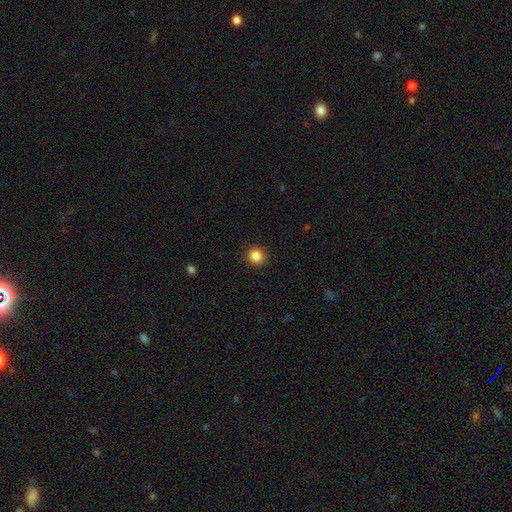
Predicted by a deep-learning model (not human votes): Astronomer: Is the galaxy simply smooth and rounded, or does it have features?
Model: smooth — 86%.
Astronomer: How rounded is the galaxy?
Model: round — 91%.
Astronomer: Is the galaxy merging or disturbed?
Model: none — 92%.